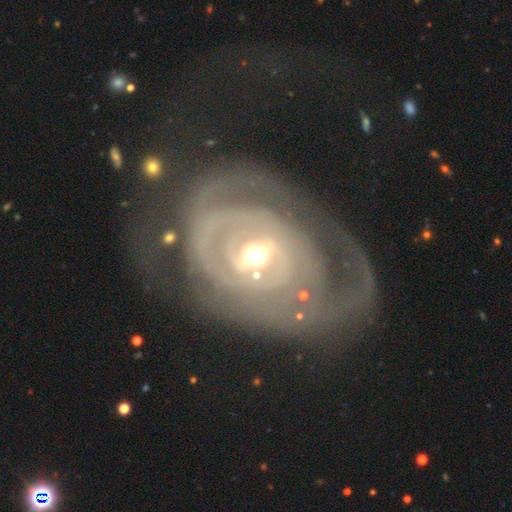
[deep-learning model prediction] Smooth or featured? featured or disk (86%)
Edge-on disk? no (96%)
Bar? weak (40%)
Spiral arms? yes (86%)
Spiral winding? tight (60%)
Spiral arm count? 2 (44%)
Bulge size? moderate (64%)
Merging? none (56%)